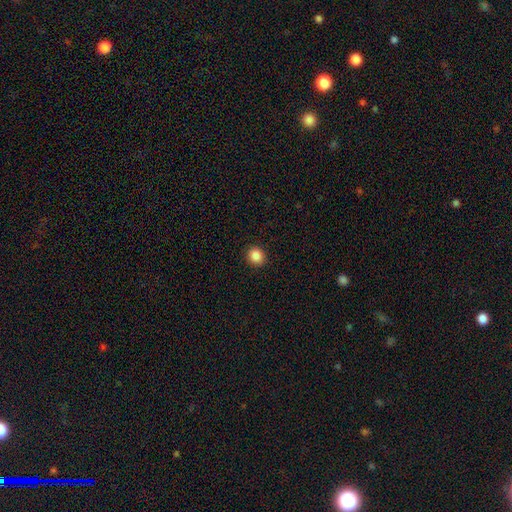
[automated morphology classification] Smooth or featured? Predicted: smooth (p=0.87). How rounded? Predicted: round (p=0.81). Merging? Predicted: none (p=0.92).